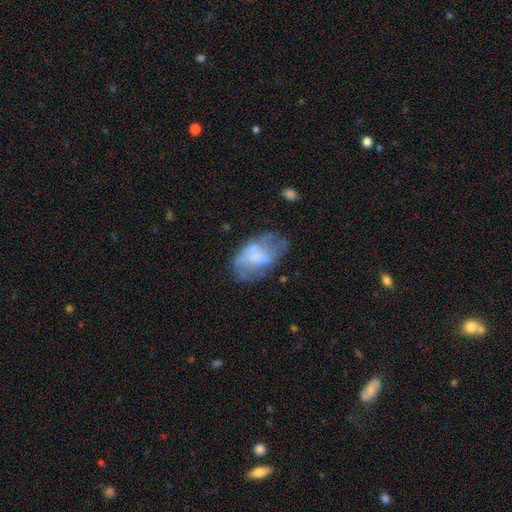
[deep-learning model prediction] Overall: featured or disk (47%; smooth 44%). Merging: none (40%; minor disturbance 27%).